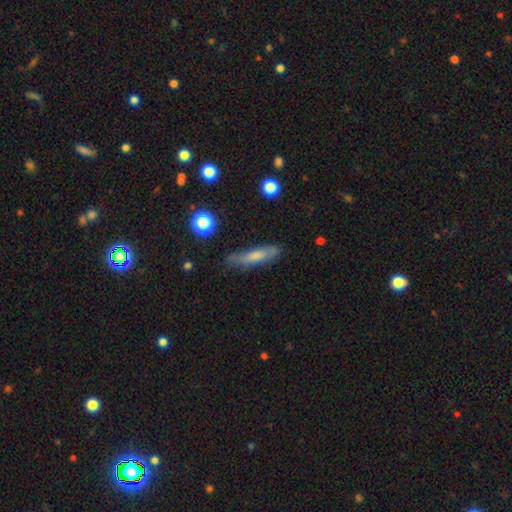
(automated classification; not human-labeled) This appears to be a smooth galaxy with no disk features (60%) that is cigar-shaped (80%). Merging: none (75%).